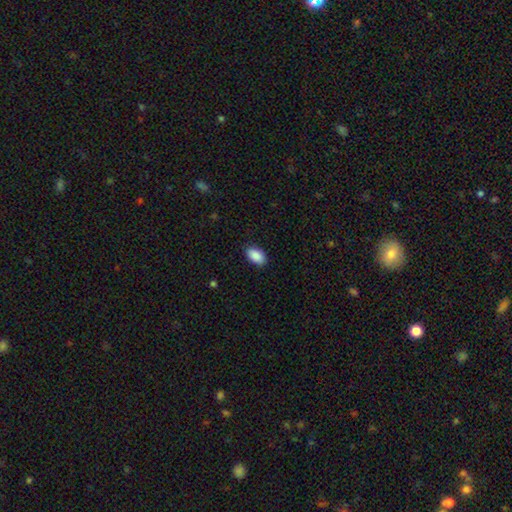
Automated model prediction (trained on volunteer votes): Q: Smooth or featured?
A: smooth (90%); runner-up: star or artifact (7%)
Q: How rounded?
A: in between (93%); runner-up: round (5%)
Q: Merging?
A: none (87%); runner-up: minor disturbance (10%)